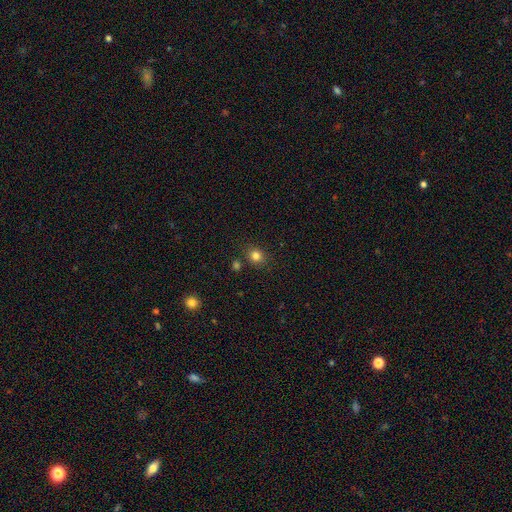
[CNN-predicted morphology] Q: Smooth or featured?
A: smooth (81%); runner-up: star or artifact (14%)
Q: How rounded?
A: round (78%); runner-up: in between (21%)
Q: Merging?
A: none (83%); runner-up: minor disturbance (9%)